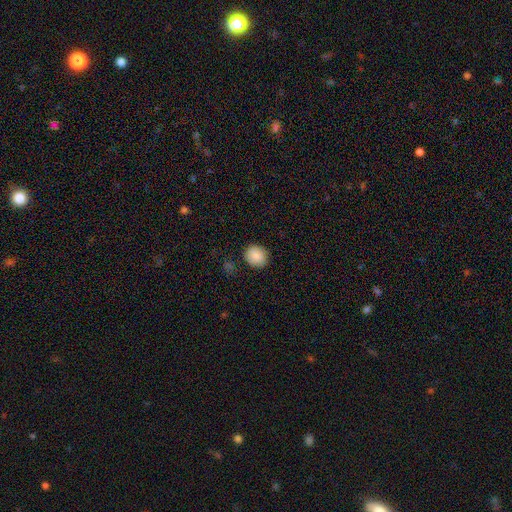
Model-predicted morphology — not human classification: Smooth or featured? Predicted: smooth (p=0.88). How rounded? Predicted: round (p=0.70). Merging? Predicted: none (p=0.85).